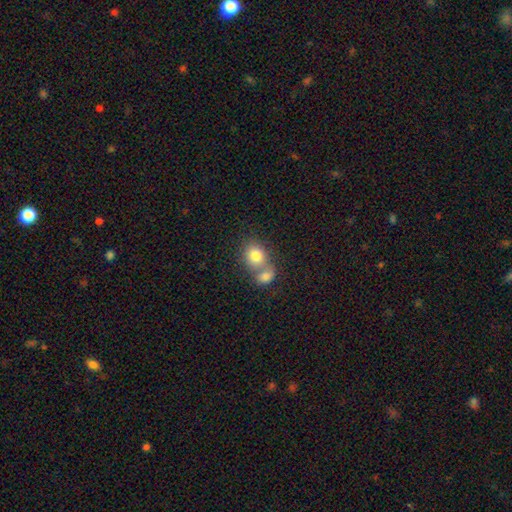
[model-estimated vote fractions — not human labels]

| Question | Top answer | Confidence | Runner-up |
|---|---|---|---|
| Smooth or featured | smooth | 79% | featured or disk (11%) |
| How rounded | round | 62% | in between (37%) |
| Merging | merger | 56% | none (33%) |